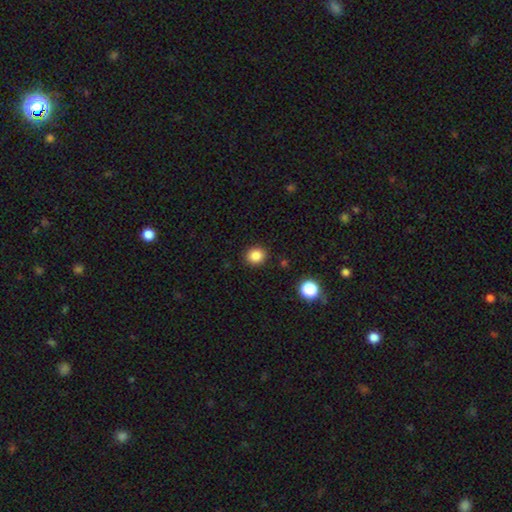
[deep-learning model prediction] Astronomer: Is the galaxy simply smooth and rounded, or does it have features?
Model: smooth — 85%.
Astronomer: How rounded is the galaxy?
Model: round — 78%.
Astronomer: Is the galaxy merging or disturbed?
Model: none — 89%.